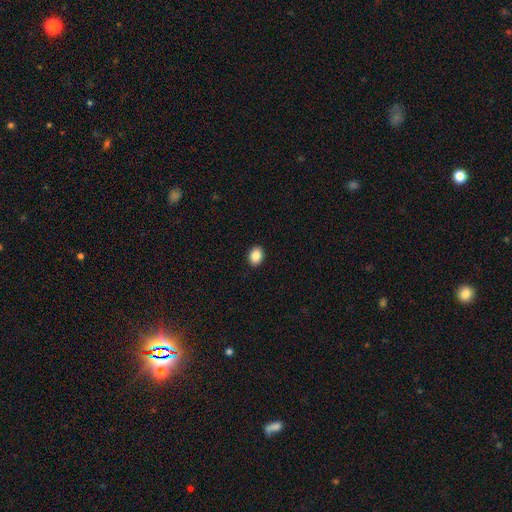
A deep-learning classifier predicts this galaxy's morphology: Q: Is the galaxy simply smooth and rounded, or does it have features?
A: smooth — 88%.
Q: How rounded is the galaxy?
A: in between — 61%.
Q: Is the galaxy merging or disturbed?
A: none — 91%.